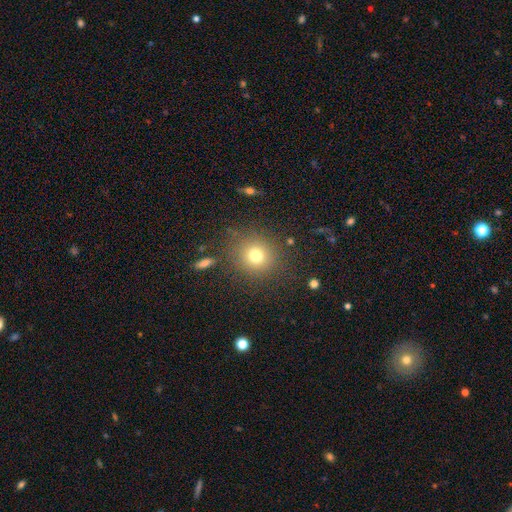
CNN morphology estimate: This is likely a smooth galaxy (76%). How rounded: clearly round (89%). Merging: clearly none (85%).